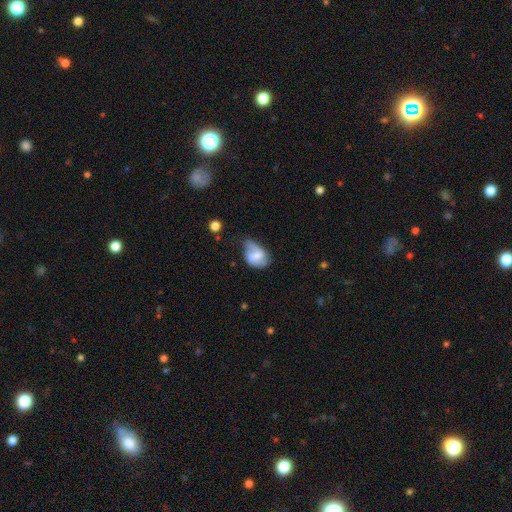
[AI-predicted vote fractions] Overall: smooth (56%; featured or disk 36%). How rounded: in between (77%). Merging: minor disturbance (42%; none 28%).